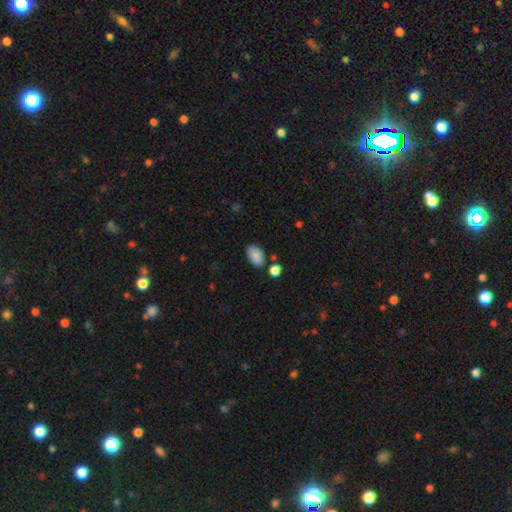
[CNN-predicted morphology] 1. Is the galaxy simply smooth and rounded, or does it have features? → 87% smooth, 7% star or artifact, 6% featured or disk.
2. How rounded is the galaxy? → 92% in between, 6% round, 1% cigar-shaped.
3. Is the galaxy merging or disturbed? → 78% none, 13% minor disturbance, 6% merger, 3% major disturbance.